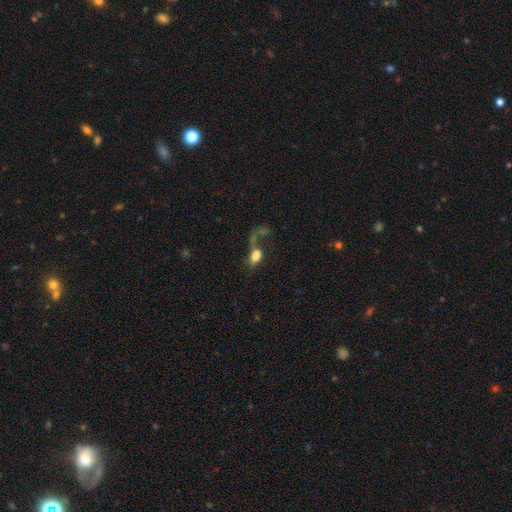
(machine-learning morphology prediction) Smooth or featured?
  - smooth: 59% *
  - featured or disk: 31%
  - star or artifact: 11%
How rounded?
  - in between: 72% *
  - round: 23%
  - cigar-shaped: 5%
Merging?
  - major disturbance: 50% *
  - none: 20%
  - merger: 18%
  - minor disturbance: 11%